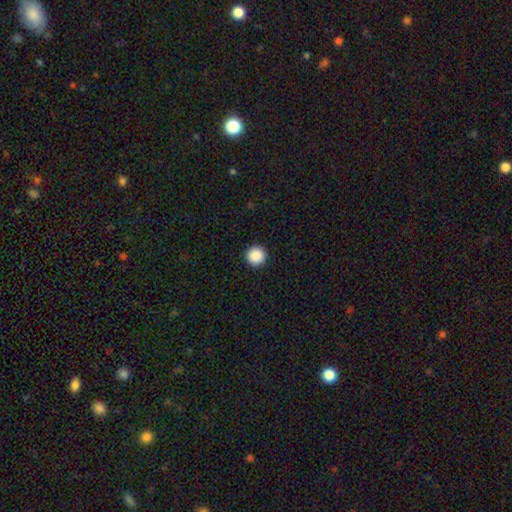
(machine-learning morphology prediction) smooth-or-featured: smooth: 89% | star or artifact: 9% | featured or disk: 3%
  how-rounded: round: 96% | in between: 3% | cigar-shaped: 1%
  merging: none: 94% | minor disturbance: 4% | major disturbance: 1% | merger: 1%